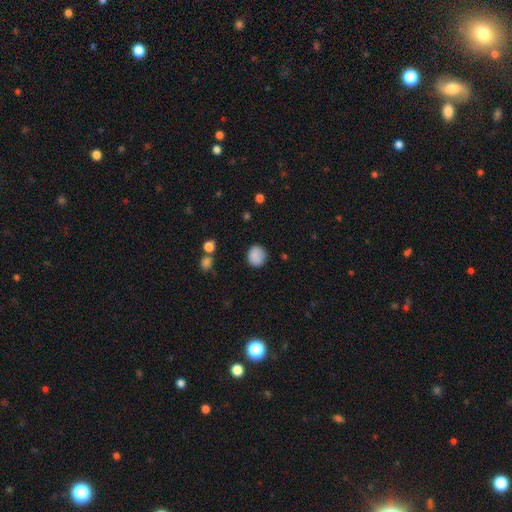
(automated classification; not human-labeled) The model was most divided on "how rounded": round: 85%, in between: 14%, cigar-shaped: 1%. More confident: smooth or featured — smooth (86%); merging — none (83%).